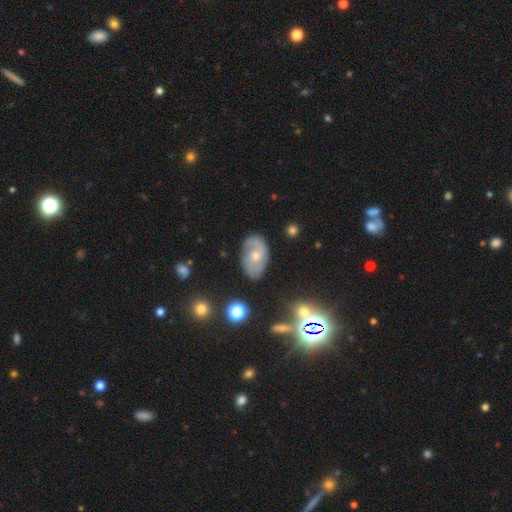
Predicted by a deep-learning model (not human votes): smooth_or_featured: featured or disk (p=0.64) [alt: smooth p=0.27]
disk_edge_on: no (p=0.96) [alt: yes p=0.04]
bar: no (p=0.62) [alt: weak p=0.33]
has_spiral_arms: yes (p=0.85) [alt: no p=0.15]
spiral_winding: medium (p=0.44) [alt: tight p=0.32]
spiral_arm_count: 2 (p=0.69) [alt: can't tell p=0.18]
bulge_size: moderate (p=0.54) [alt: small p=0.40]
merging: none (p=0.73) [alt: minor disturbance p=0.19]